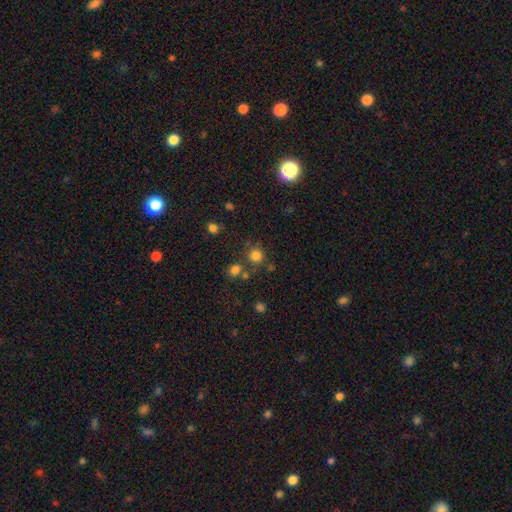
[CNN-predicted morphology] Smooth or featured?
  - smooth: 79% *
  - star or artifact: 16%
  - featured or disk: 6%
How rounded?
  - round: 91% *
  - in between: 8%
  - cigar-shaped: 1%
Merging?
  - none: 72% *
  - merger: 14%
  - minor disturbance: 10%
  - major disturbance: 4%